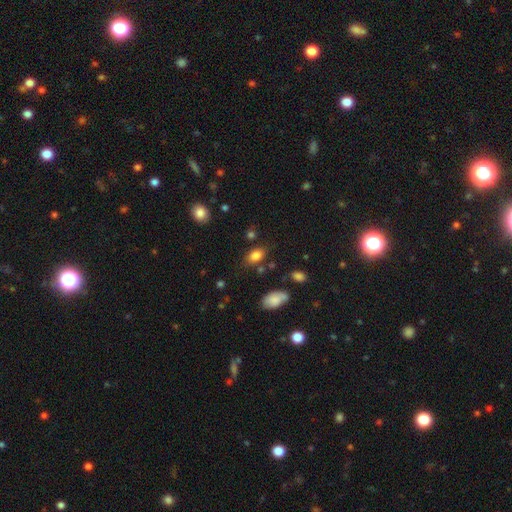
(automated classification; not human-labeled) Smooth or featured: smooth — 84% (star or artifact — 9%)
How rounded: in between — 88% (round — 9%)
Merging: none — 76% (minor disturbance — 16%)